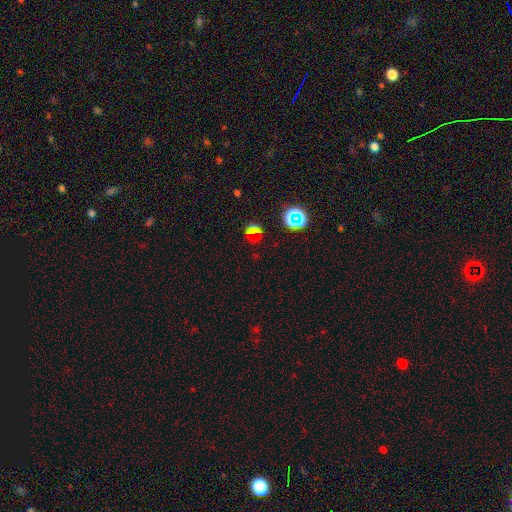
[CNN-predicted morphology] Overall: star or artifact (53%; smooth 38%).